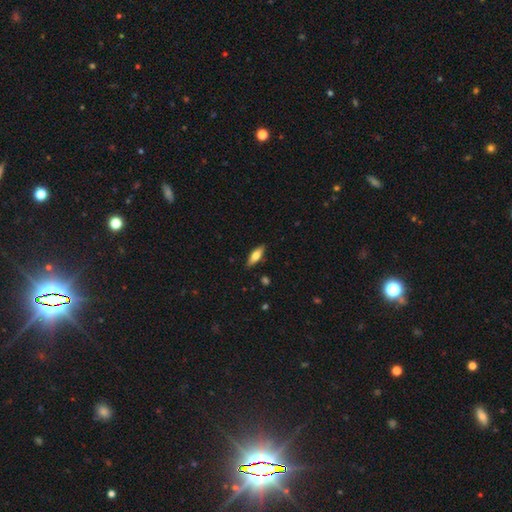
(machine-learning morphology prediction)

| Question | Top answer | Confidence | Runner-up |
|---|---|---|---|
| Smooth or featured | smooth | 65% | featured or disk (29%) |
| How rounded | in between | 60% | cigar-shaped (38%) |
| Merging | none | 87% | minor disturbance (10%) |